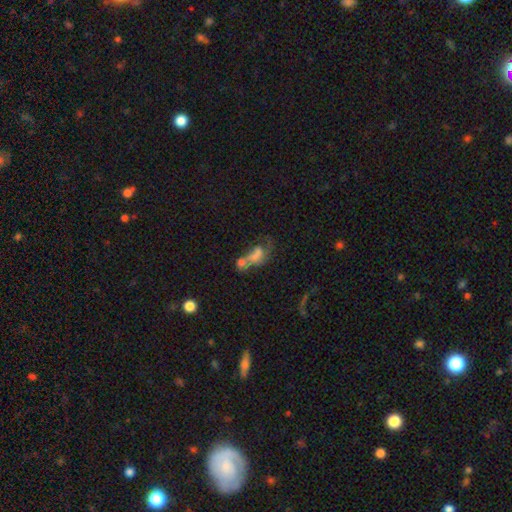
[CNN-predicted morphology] A smooth galaxy with no disk features (52%) that is in between round and cigar-shaped (76%). Merging: merger (58%).